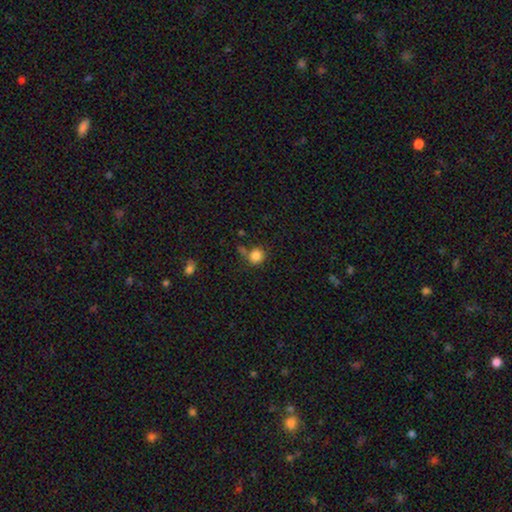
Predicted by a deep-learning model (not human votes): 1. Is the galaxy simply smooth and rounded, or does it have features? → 84% smooth, 11% star or artifact, 5% featured or disk.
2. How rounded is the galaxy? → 89% round, 10% in between, 1% cigar-shaped.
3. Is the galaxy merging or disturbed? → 67% none, 15% merger, 14% minor disturbance, 5% major disturbance.